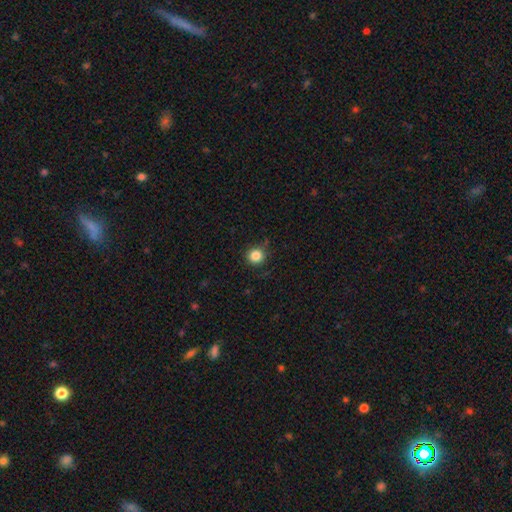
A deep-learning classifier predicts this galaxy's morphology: Q: Smooth or featured?
A: smooth (84%); runner-up: star or artifact (11%)
Q: How rounded?
A: round (94%); runner-up: in between (6%)
Q: Merging?
A: none (85%); runner-up: minor disturbance (11%)